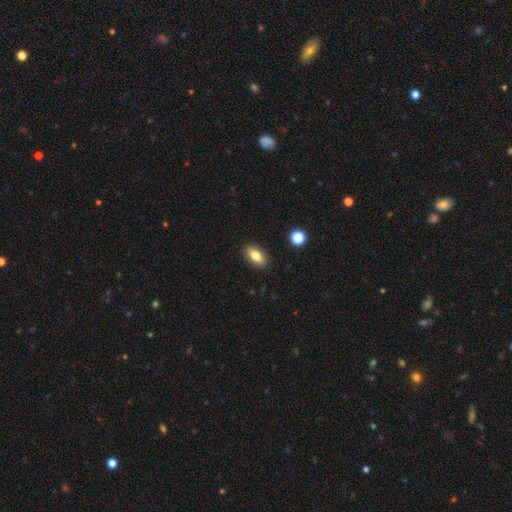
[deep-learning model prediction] smooth-or-featured: smooth: 80% | featured or disk: 12% | star or artifact: 8%
  how-rounded: in between: 87% | cigar-shaped: 7% | round: 6%
  merging: none: 89% | minor disturbance: 8% | major disturbance: 2% | merger: 1%